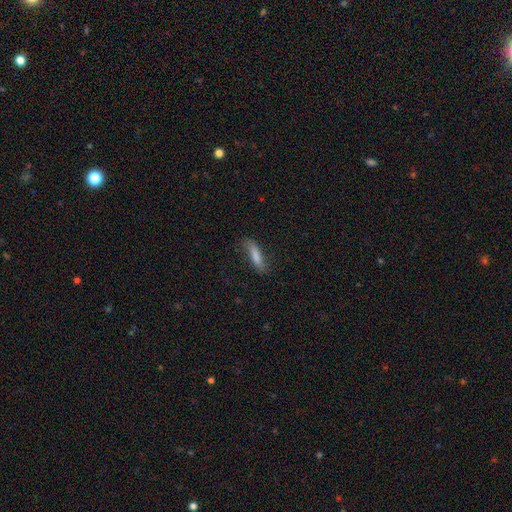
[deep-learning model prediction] A smooth galaxy with no disk features (66%) that is cigar-shaped (76%).

Vote fractions:
- Smooth or featured? smooth: 66% / featured or disk: 26% / star or artifact: 8%
- How rounded? cigar-shaped: 76% / in between: 23% / round: 2%
- Merging? none: 71% / minor disturbance: 21% / major disturbance: 7% / merger: 2%